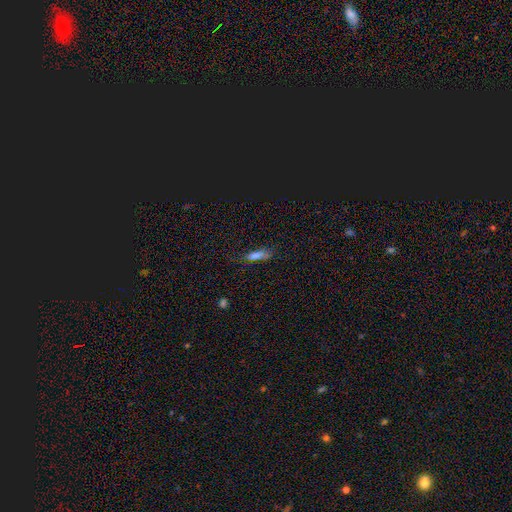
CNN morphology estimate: smooth-or-featured: smooth: 73% | star or artifact: 15% | featured or disk: 12%
  how-rounded: cigar-shaped: 50% | in between: 47% | round: 4%
  merging: none: 63% | minor disturbance: 25% | major disturbance: 10% | merger: 3%